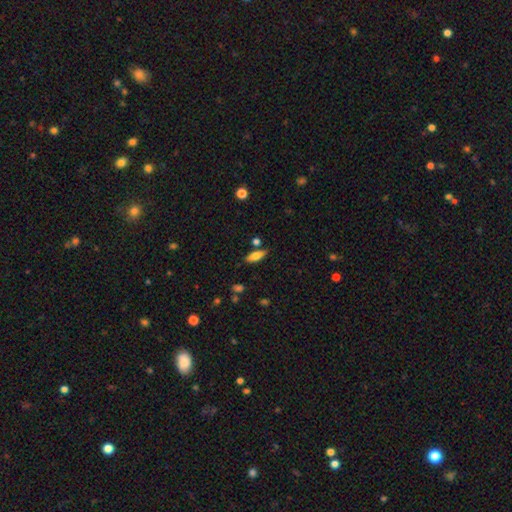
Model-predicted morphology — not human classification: smooth 72%, featured or disk 20%, star or artifact 8%. Down the decision tree: how rounded — in between (64%); merging — none (77%).